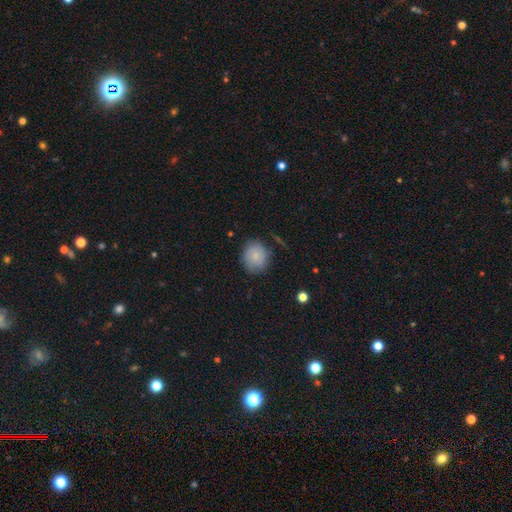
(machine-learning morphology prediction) Smooth or featured? Predicted: smooth (p=0.80). How rounded? Predicted: round (p=0.77). Merging? Predicted: none (p=0.75).